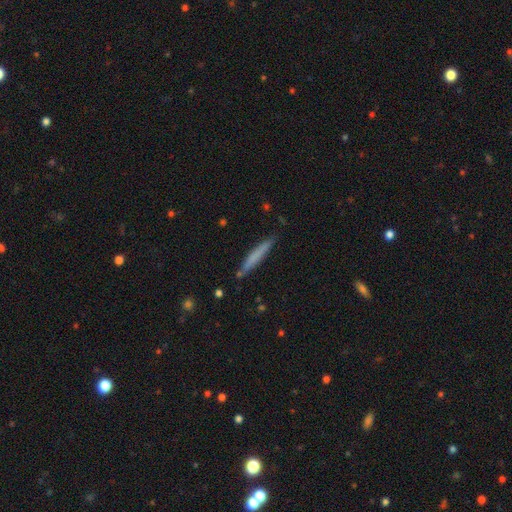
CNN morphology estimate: Smooth or featured? smooth (65%)
How rounded? cigar-shaped (96%)
Merging? none (85%)